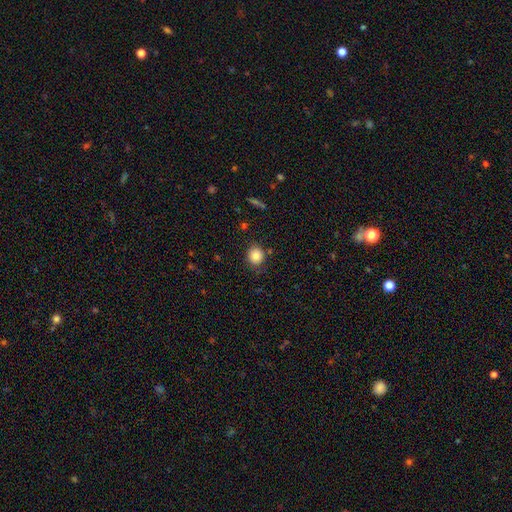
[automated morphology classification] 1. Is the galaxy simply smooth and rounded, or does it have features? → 84% smooth, 10% star or artifact, 6% featured or disk.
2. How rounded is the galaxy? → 77% round, 22% in between, 1% cigar-shaped.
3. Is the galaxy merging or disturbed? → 82% none, 12% minor disturbance, 3% major disturbance, 3% merger.